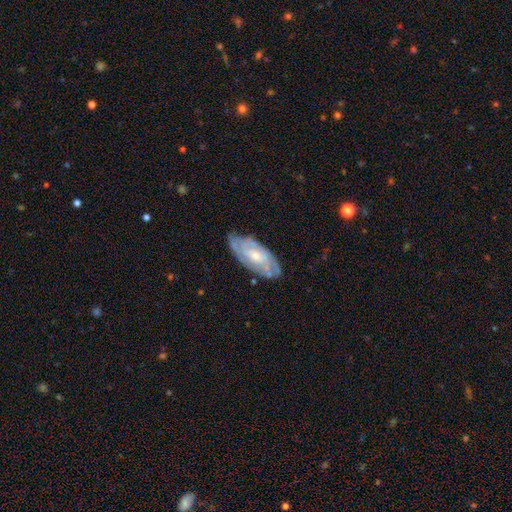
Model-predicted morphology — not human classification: Smooth or featured: featured or disk — 75% (smooth — 20%)
Edge-on disk: no — 91% (yes — 9%)
Bar: no — 61% (weak — 33%)
Spiral arms: yes — 89% (no — 11%)
Spiral winding: tight — 66% (medium — 27%)
Spiral arm count: can't tell — 47% (2 — 27%)
Bulge size: small — 50% (moderate — 46%)
Merging: none — 72% (minor disturbance — 22%)